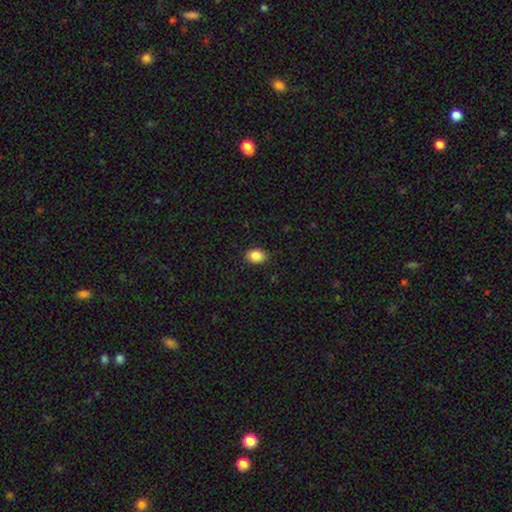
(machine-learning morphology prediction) smooth-or-featured: smooth: 85% | star or artifact: 9% | featured or disk: 6%
  how-rounded: in between: 67% | round: 32% | cigar-shaped: 1%
  merging: none: 86% | minor disturbance: 11% | major disturbance: 2% | merger: 1%